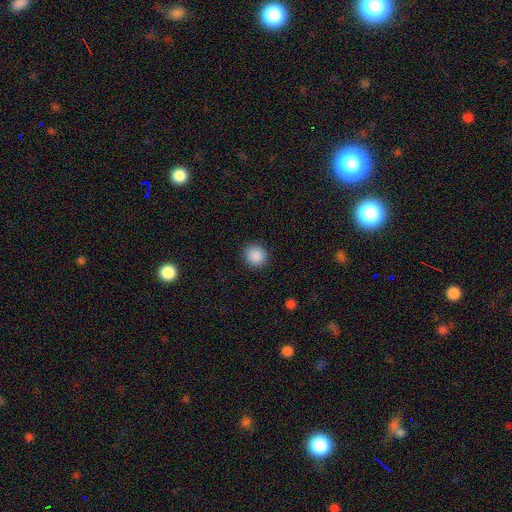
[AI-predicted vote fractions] A smooth galaxy with no disk features (89%) that is round (86%). Merging: none (90%).